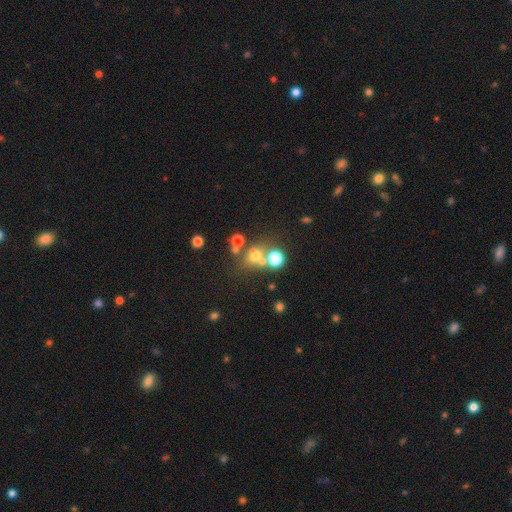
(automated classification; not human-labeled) Smooth or featured? Predicted: smooth (p=0.56). How rounded? Predicted: round (p=0.77). Merging? Predicted: none (p=0.50).